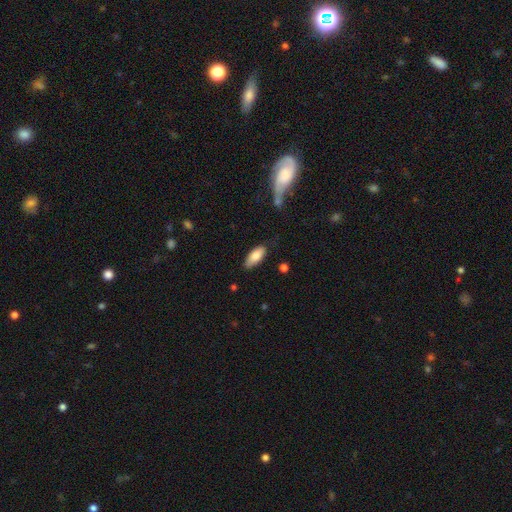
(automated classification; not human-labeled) A smooth galaxy with no disk features (82%) that is in between round and cigar-shaped (84%).

Vote fractions:
- Smooth or featured? smooth: 82% / featured or disk: 12% / star or artifact: 6%
- How rounded? in between: 84% / cigar-shaped: 14% / round: 2%
- Merging? none: 77% / minor disturbance: 18% / major disturbance: 3% / merger: 2%